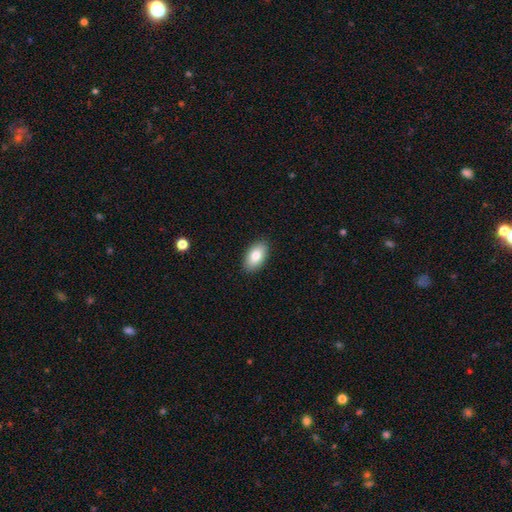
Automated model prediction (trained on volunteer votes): A smooth galaxy with no disk features (83%) that is in between round and cigar-shaped (94%).

Vote fractions:
- Smooth or featured? smooth: 83% / featured or disk: 11% / star or artifact: 7%
- How rounded? in between: 94% / round: 4% / cigar-shaped: 2%
- Merging? none: 89% / minor disturbance: 8% / major disturbance: 2% / merger: 1%